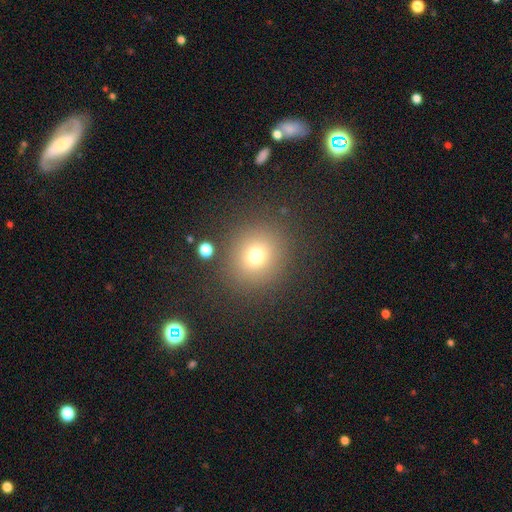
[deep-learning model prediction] A smooth galaxy with no disk features (73%) that is round (86%). Merging: none (86%).